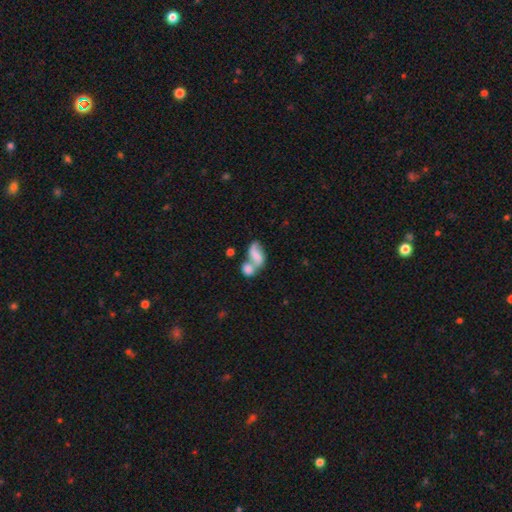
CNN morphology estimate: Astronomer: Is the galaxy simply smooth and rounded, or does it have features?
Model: smooth — 54% (runner-up: featured or disk, 37%).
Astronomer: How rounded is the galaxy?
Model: in between — 84%.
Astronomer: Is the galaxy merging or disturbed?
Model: merger — 65%.